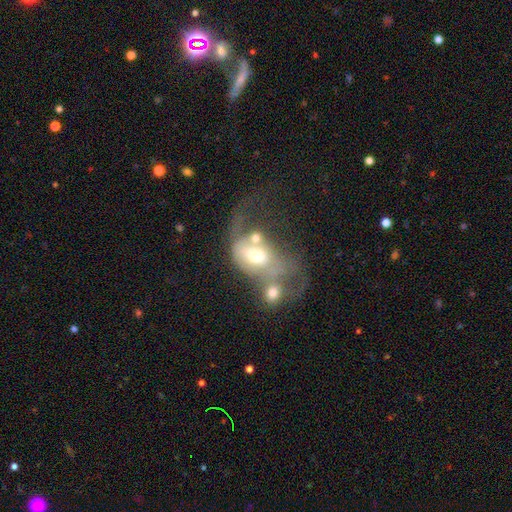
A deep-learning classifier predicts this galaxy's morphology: Q: Smooth or featured?
A: featured or disk (53%); runner-up: smooth (37%)
Q: Edge-on disk?
A: no (94%); runner-up: yes (6%)
Q: Bar?
A: no (69%); runner-up: weak (24%)
Q: Spiral arms?
A: no (56%); runner-up: yes (44%)
Q: Bulge size?
A: moderate (64%); runner-up: large (16%)
Q: Merging?
A: merger (56%); runner-up: major disturbance (28%)